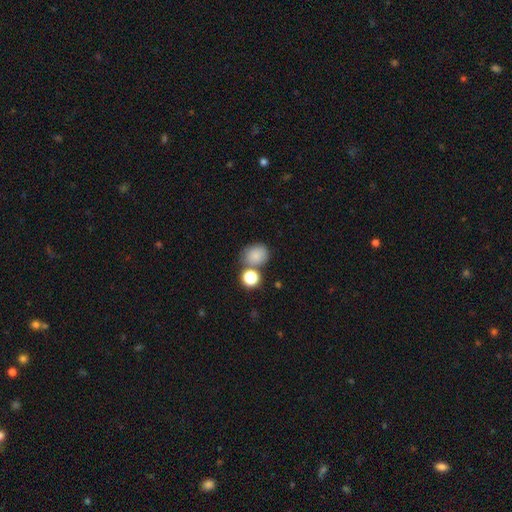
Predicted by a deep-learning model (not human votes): The model was most divided on "how rounded": round: 66%, in between: 34%, cigar-shaped: 1%. More confident: smooth or featured — smooth (81%); merging — none (59%).